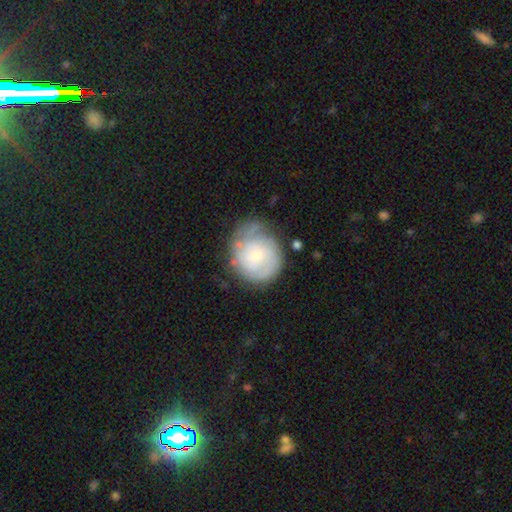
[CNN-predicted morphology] Q: Smooth or featured?
A: featured or disk (67%); runner-up: smooth (27%)
Q: Edge-on disk?
A: no (98%); runner-up: yes (2%)
Q: Bar?
A: no (75%); runner-up: weak (22%)
Q: Spiral arms?
A: yes (88%); runner-up: no (12%)
Q: Spiral winding?
A: tight (63%); runner-up: medium (27%)
Q: Spiral arm count?
A: 2 (37%); runner-up: can't tell (35%)
Q: Bulge size?
A: small (68%); runner-up: moderate (25%)
Q: Merging?
A: none (62%); runner-up: minor disturbance (24%)